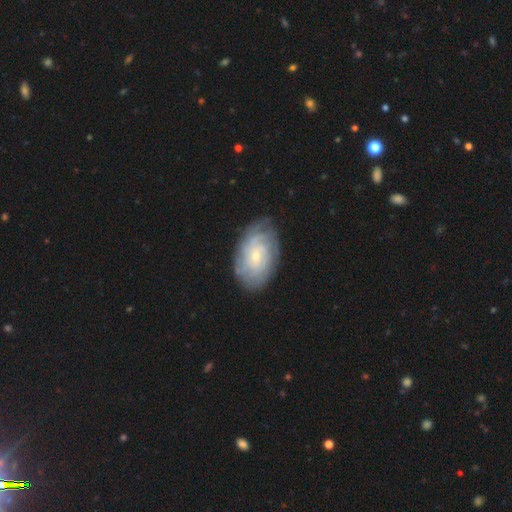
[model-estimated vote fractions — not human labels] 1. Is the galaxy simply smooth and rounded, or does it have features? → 71% featured or disk, 23% smooth, 6% star or artifact.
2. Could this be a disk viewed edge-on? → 95% no, 5% yes.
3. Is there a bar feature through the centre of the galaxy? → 72% no, 24% weak, 4% strong.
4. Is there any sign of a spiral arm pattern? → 88% yes, 12% no.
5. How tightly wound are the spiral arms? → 74% tight, 20% medium, 7% loose.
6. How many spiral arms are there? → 57% can't tell, 12% 2, 10% 4, 9% 3, 7% more than 4, 5% 1.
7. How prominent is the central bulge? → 72% small, 24% moderate, 2% large, 2% none, 1% dominant.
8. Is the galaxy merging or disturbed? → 75% none, 18% minor disturbance, 6% major disturbance, 1% merger.